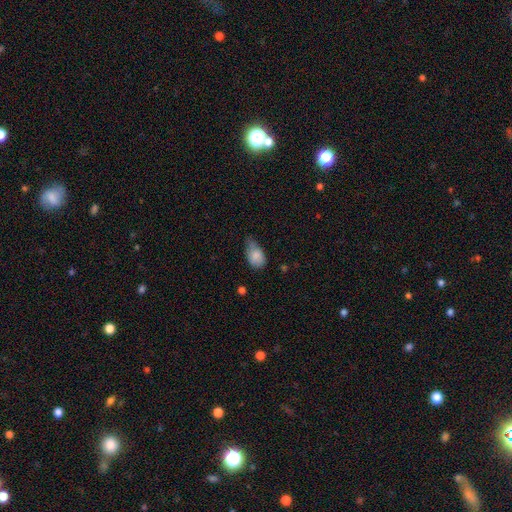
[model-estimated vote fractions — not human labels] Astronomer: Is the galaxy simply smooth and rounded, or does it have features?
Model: smooth — 82%.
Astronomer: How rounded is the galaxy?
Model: in between — 86%.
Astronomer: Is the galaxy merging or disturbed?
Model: minor disturbance — 50% (runner-up: none, 32%).